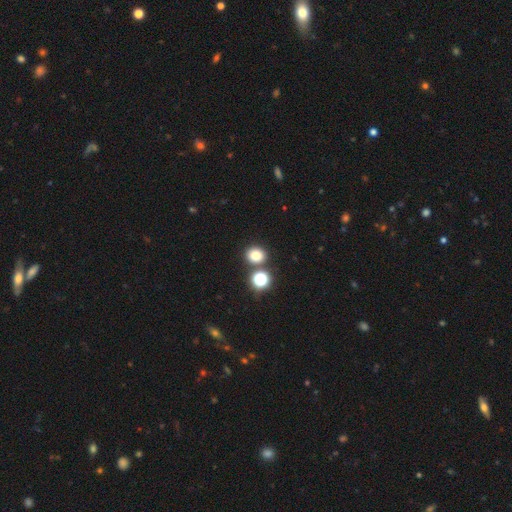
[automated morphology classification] smooth_or_featured: smooth (p=0.79) [alt: star or artifact p=0.16]
how_rounded: round (p=0.78) [alt: in between p=0.21]
merging: none (p=0.77) [alt: merger p=0.13]